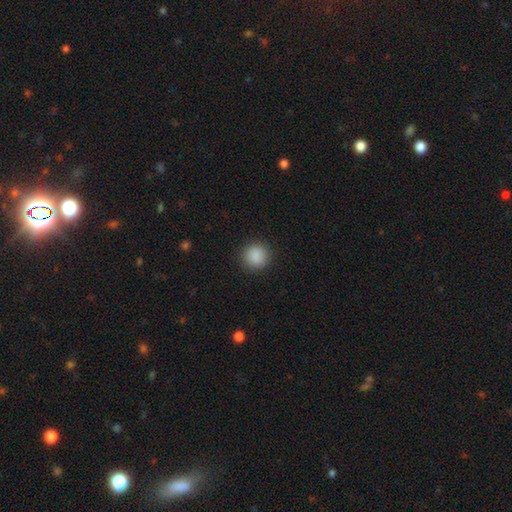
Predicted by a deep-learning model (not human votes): smooth_or_featured: smooth (p=0.89) [alt: star or artifact p=0.08]
how_rounded: round (p=0.93) [alt: in between p=0.06]
merging: none (p=0.91) [alt: minor disturbance p=0.06]